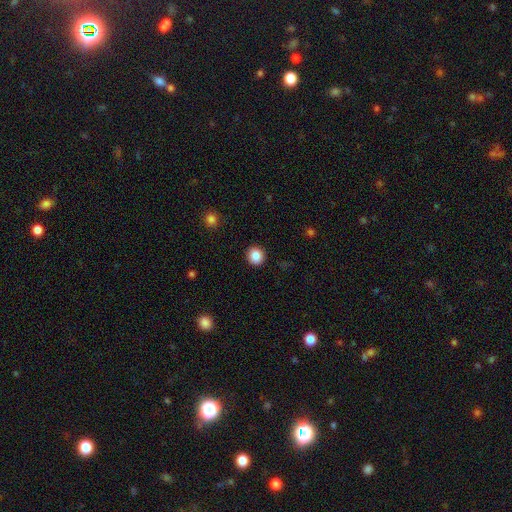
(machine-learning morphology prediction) smooth_or_featured: smooth (p=0.87) [alt: star or artifact p=0.10]
how_rounded: round (p=0.89) [alt: in between p=0.10]
merging: none (p=0.92) [alt: minor disturbance p=0.05]